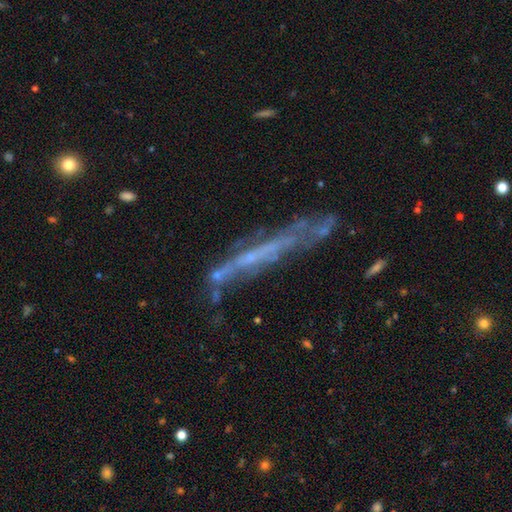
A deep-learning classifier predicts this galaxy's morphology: Smooth or featured: featured or disk — 64% (smooth — 23%)
Edge-on disk: yes — 72% (no — 28%)
Merging: none — 49% (minor disturbance — 24%)